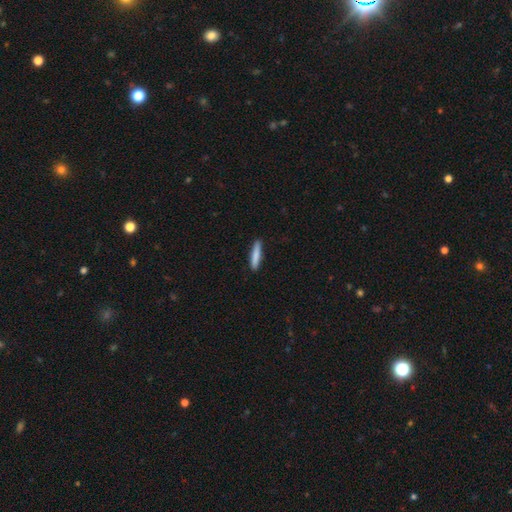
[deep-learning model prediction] The model was most divided on "smooth or featured": smooth: 83%, featured or disk: 11%, star or artifact: 6%. More confident: how rounded — cigar-shaped (90%); merging — none (89%).